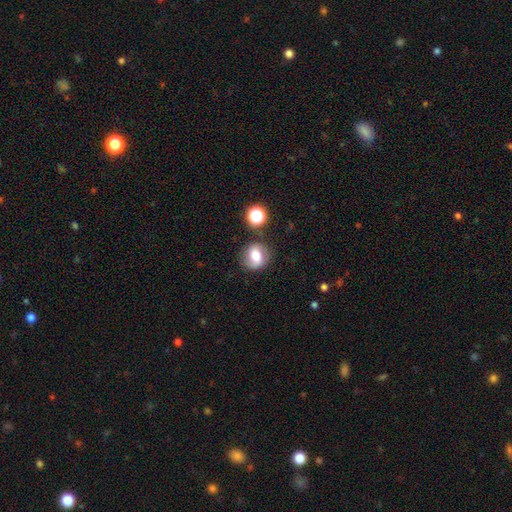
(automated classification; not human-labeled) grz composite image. It shows a smooth galaxy with no disk features (60%) that is round (77%). Merging: none (75%).